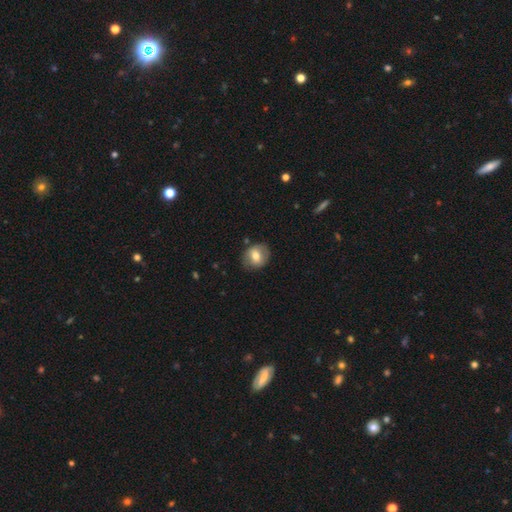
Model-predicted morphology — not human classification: smooth-or-featured: smooth: 64% | featured or disk: 28% | star or artifact: 8%
  how-rounded: round: 66% | in between: 33% | cigar-shaped: 1%
  merging: none: 79% | minor disturbance: 15% | major disturbance: 4% | merger: 2%